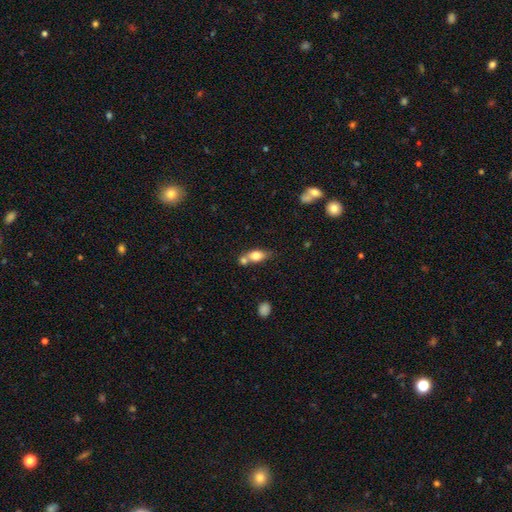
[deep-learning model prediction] smooth 75%, featured or disk 17%, star or artifact 8%. Down the decision tree: how rounded — in between (75%); merging — merger (42%).